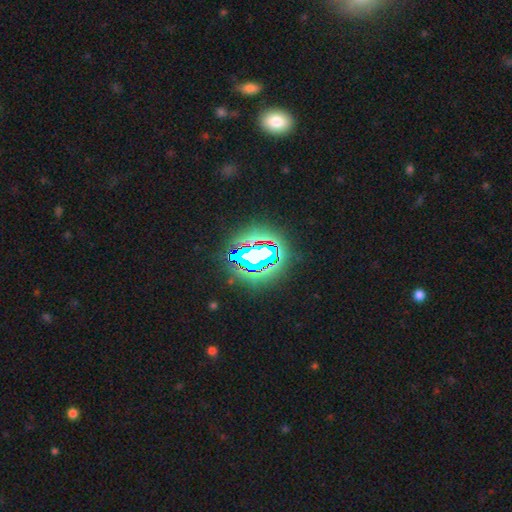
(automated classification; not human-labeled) This appears to be a star or artifact, not a galaxy (73%).